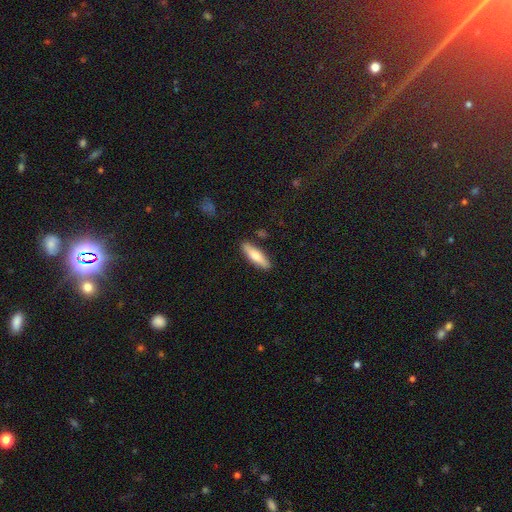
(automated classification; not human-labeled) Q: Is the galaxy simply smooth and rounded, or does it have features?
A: smooth — 72%.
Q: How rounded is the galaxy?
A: cigar-shaped — 67%.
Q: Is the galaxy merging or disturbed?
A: none — 87%.